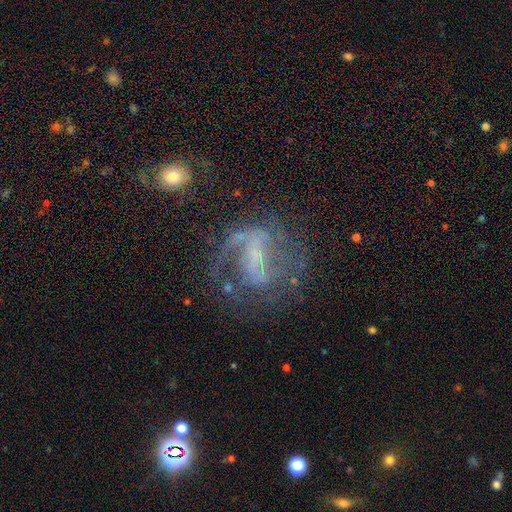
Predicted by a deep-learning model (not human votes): A featured or disk galaxy (76%) with a weak bar (40%), 2 (47%) medium (43%) spiral arms (76%) and a small central bulge (47%). Merging: none (51%).